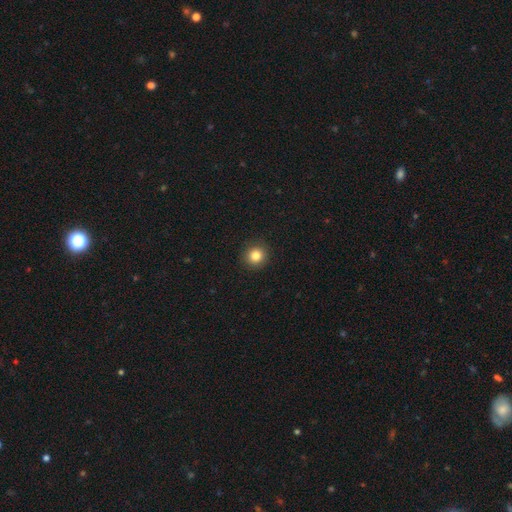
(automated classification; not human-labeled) Smooth or featured?
  - smooth: 84% *
  - star or artifact: 11%
  - featured or disk: 5%
How rounded?
  - round: 92% *
  - in between: 7%
  - cigar-shaped: 1%
Merging?
  - none: 92% *
  - minor disturbance: 5%
  - major disturbance: 2%
  - merger: 1%